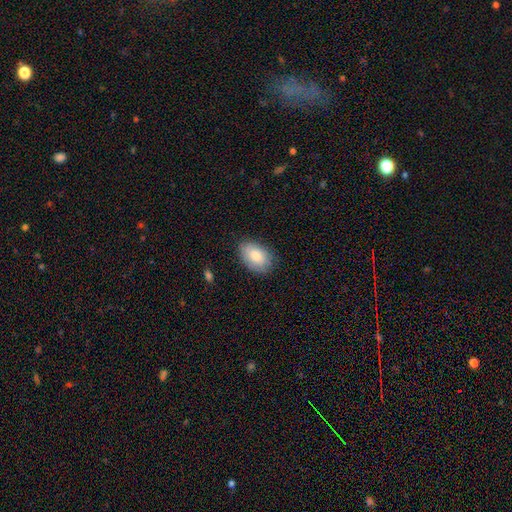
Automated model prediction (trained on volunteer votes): The model was most divided on "merging": none: 80%, minor disturbance: 16%, major disturbance: 3%, merger: 1%. More confident: how rounded — in between (91%); smooth or featured — smooth (82%).